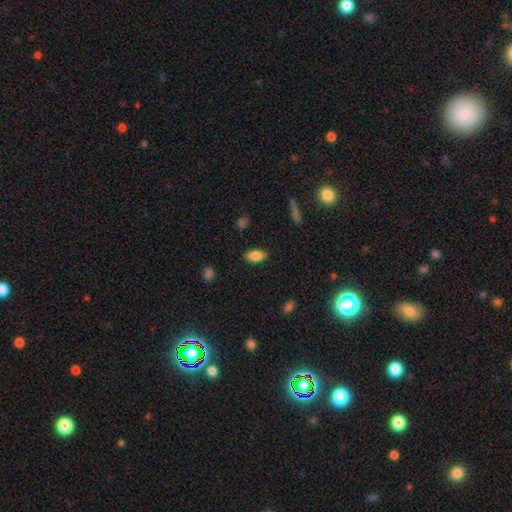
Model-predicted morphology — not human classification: This is clearly a smooth galaxy (85%). How rounded: clearly in between (88%). Merging: clearly none (86%).